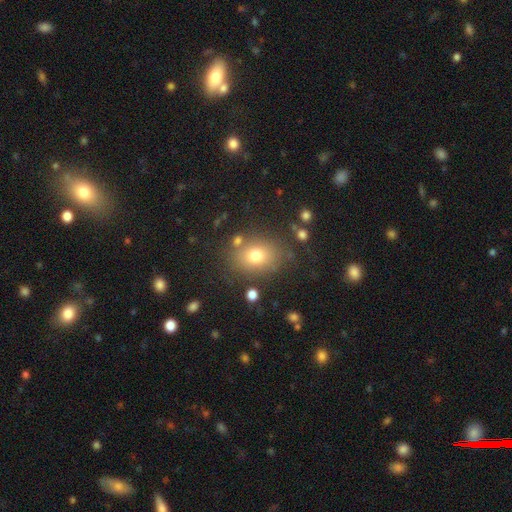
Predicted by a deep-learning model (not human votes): smooth 73%, star or artifact 14%, featured or disk 13%. Down the decision tree: how rounded — in between (58%); merging — none (79%).